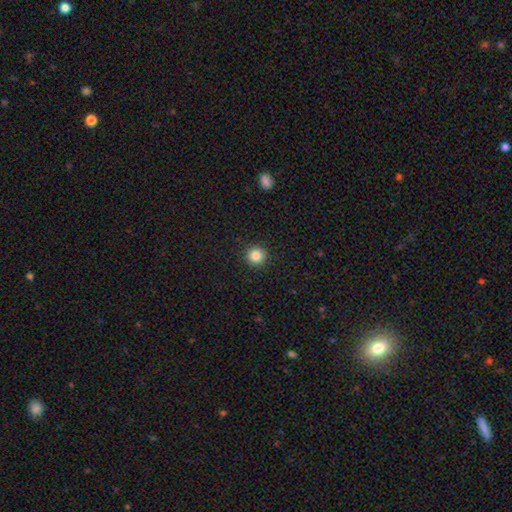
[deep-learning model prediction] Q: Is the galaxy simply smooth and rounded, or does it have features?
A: smooth — 85%.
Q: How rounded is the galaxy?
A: round — 96%.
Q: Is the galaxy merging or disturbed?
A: none — 93%.